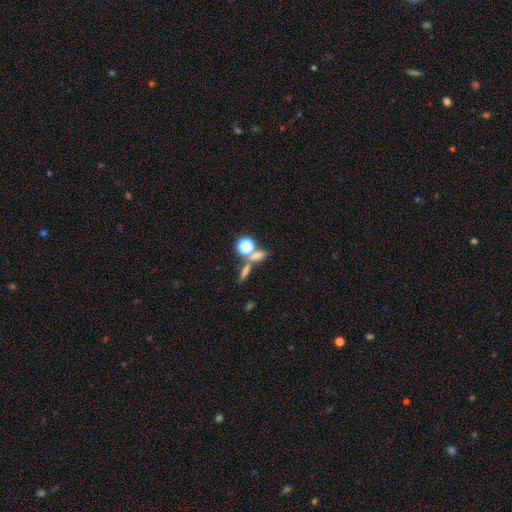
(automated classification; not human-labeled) Q: Smooth or featured?
A: smooth (62%); runner-up: star or artifact (22%)
Q: How rounded?
A: in between (39%); runner-up: cigar-shaped (31%)
Q: Merging?
A: none (54%); runner-up: merger (32%)